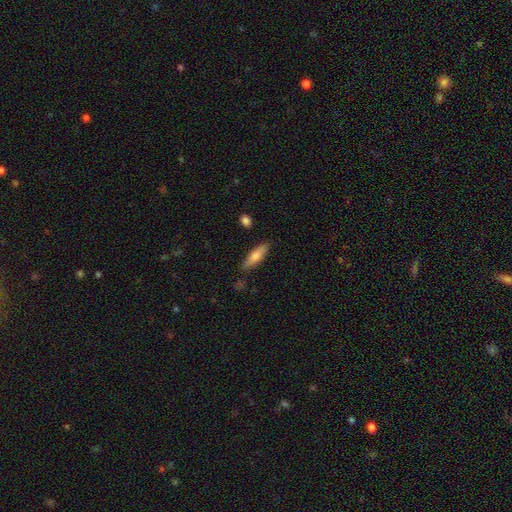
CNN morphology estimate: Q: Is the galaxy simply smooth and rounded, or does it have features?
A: smooth — 70%.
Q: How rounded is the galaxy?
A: cigar-shaped — 64%.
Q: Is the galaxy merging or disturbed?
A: none — 81%.